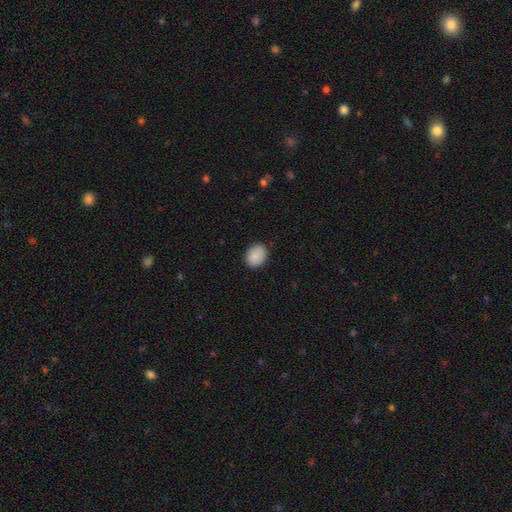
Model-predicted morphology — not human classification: This appears to be a smooth galaxy with no disk features (89%) that is in between round and cigar-shaped (56%). Merging: none (88%).